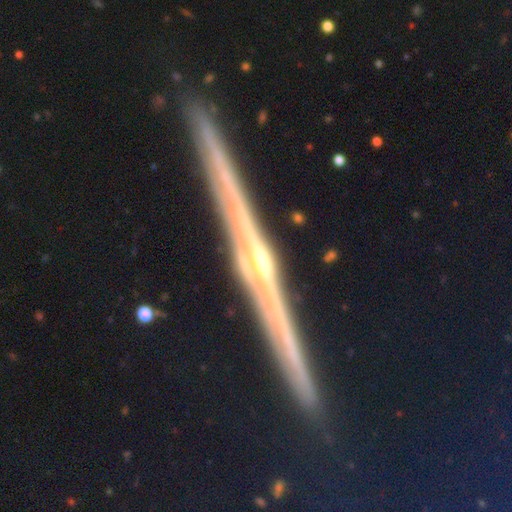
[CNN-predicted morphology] featured or disk 76%, star or artifact 15%, smooth 9%. Down the decision tree: edge-on disk — yes (97%); edge-on bulge — rounded (64%); merging — none (91%).